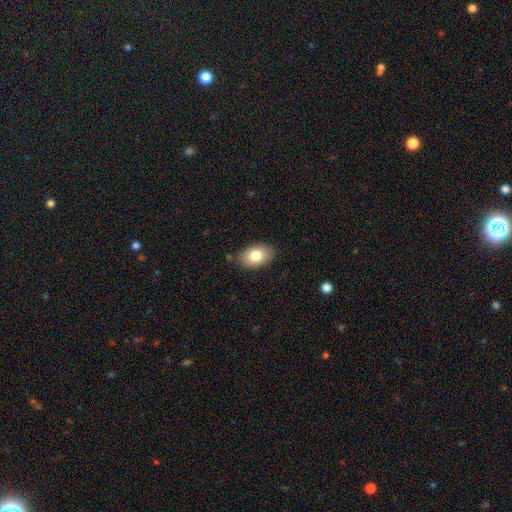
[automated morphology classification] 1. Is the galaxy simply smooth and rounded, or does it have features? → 80% smooth, 13% featured or disk, 7% star or artifact.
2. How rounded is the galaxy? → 90% in between, 9% round, 1% cigar-shaped.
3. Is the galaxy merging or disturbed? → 84% none, 11% minor disturbance, 2% major disturbance, 2% merger.